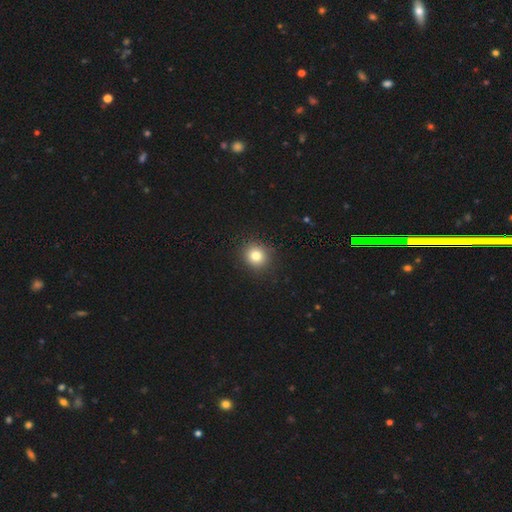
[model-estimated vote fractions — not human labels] Smooth or featured: smooth — 81% (star or artifact — 12%)
How rounded: round — 87% (in between — 12%)
Merging: none — 89% (minor disturbance — 7%)